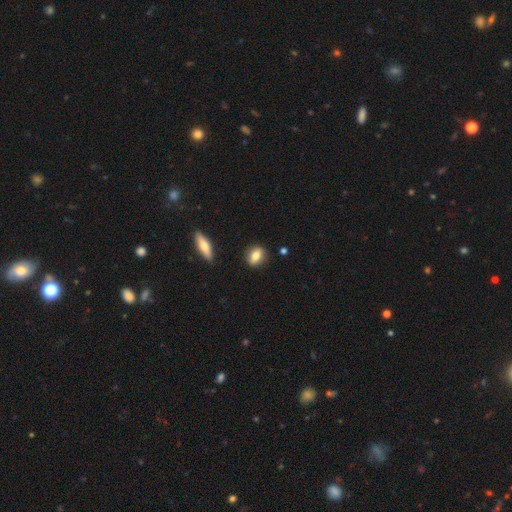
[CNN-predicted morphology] Q: Smooth or featured?
A: smooth (79%); runner-up: featured or disk (14%)
Q: How rounded?
A: in between (65%); runner-up: round (30%)
Q: Merging?
A: none (84%); runner-up: minor disturbance (12%)